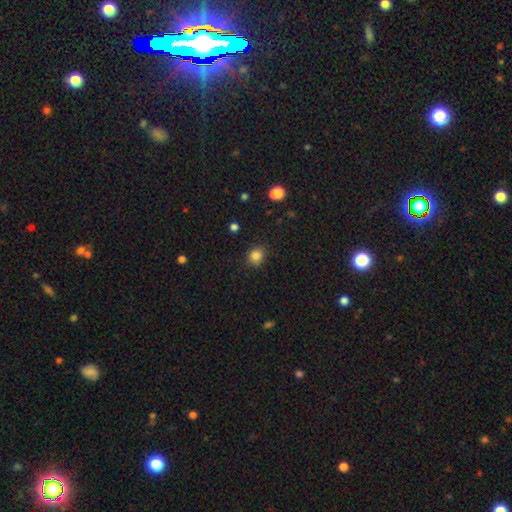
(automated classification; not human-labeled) Smooth or featured? smooth (85%)
How rounded? round (75%)
Merging? none (86%)